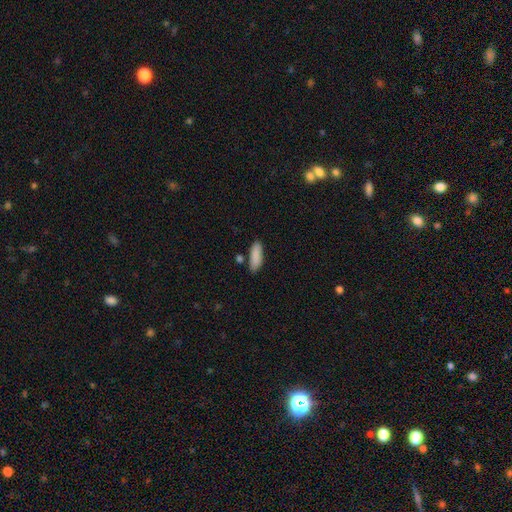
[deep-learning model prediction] smooth 88%, star or artifact 6%, featured or disk 6%. Down the decision tree: how rounded — in between (65%); merging — none (78%).